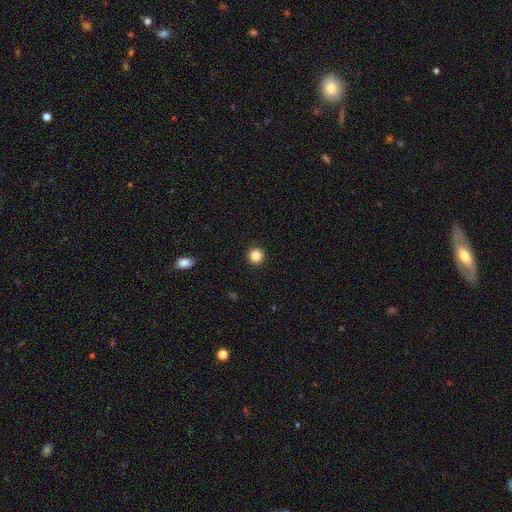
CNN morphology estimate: smooth-or-featured: smooth: 85% | star or artifact: 11% | featured or disk: 4%
  how-rounded: round: 95% | in between: 4% | cigar-shaped: 1%
  merging: none: 93% | minor disturbance: 4% | major disturbance: 2% | merger: 1%